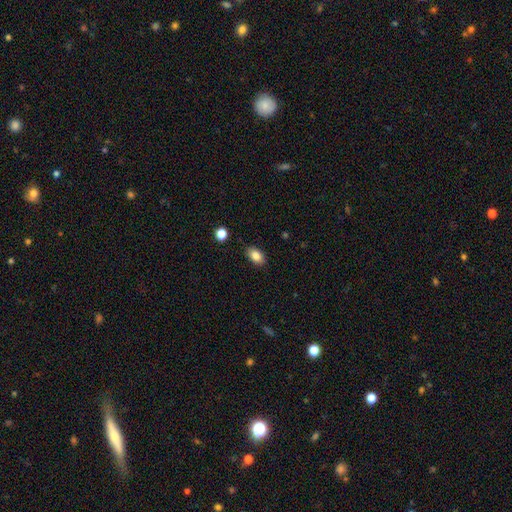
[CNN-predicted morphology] This is clearly a smooth galaxy (85%). How rounded: clearly in between (88%). Merging: clearly none (87%).